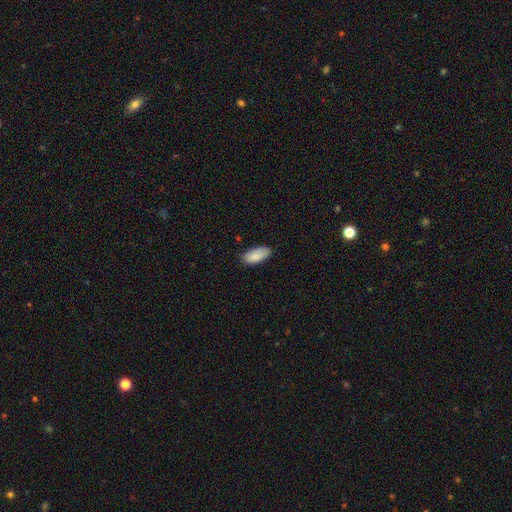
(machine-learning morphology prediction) This appears to be a smooth galaxy with no disk features (85%) that is in between round and cigar-shaped (89%). Merging: none (78%).